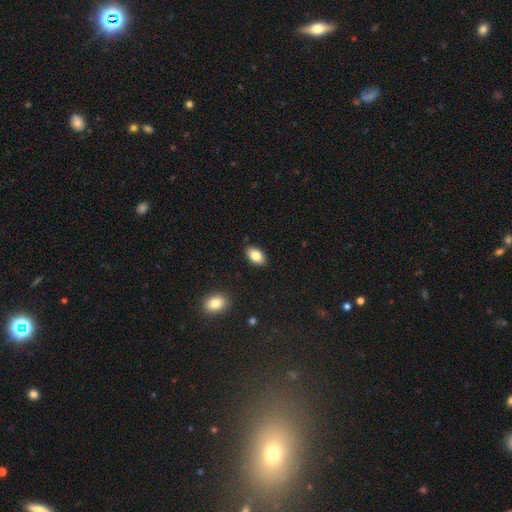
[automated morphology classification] This is clearly a smooth galaxy (83%). How rounded: clearly in between (92%). Merging: clearly none (88%).